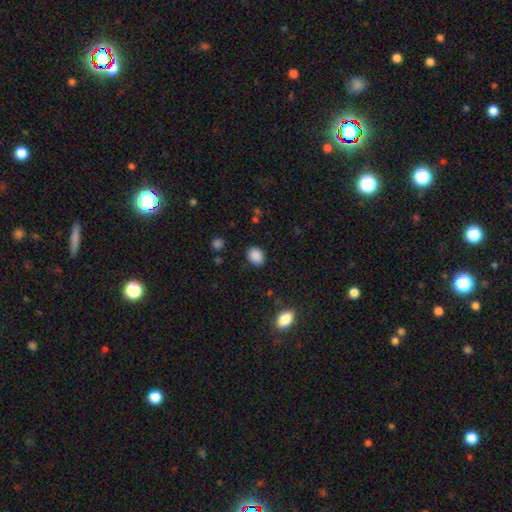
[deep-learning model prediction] Morphology: type=smooth (89%); roundness=in between (68%); merging=none (87%).